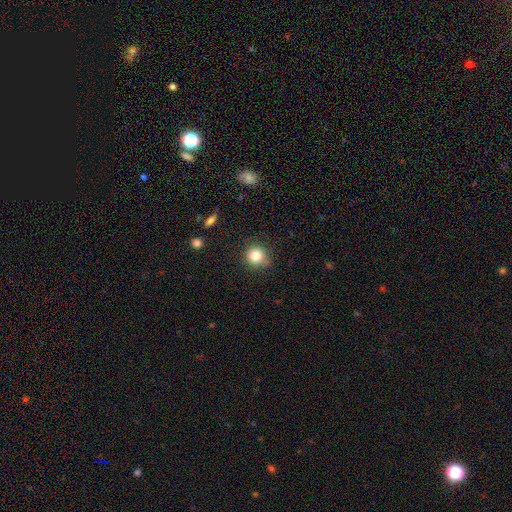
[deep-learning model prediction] Smooth or featured? Predicted: smooth (p=0.82). How rounded? Predicted: round (p=0.91). Merging? Predicted: none (p=0.81).